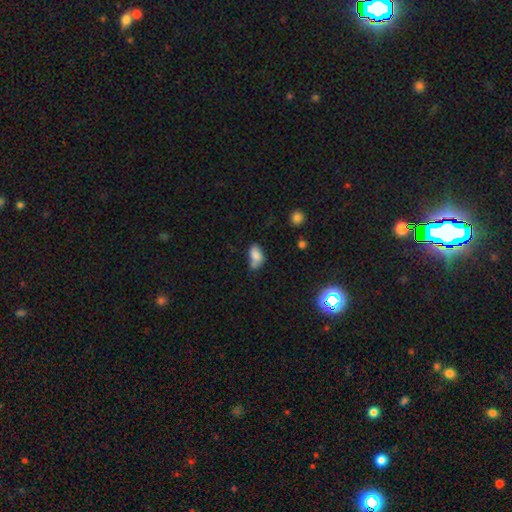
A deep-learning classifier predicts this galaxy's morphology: Smooth or featured: smooth — 79% (star or artifact — 11%)
How rounded: in between — 89% (round — 8%)
Merging: none — 40% (minor disturbance — 32%)